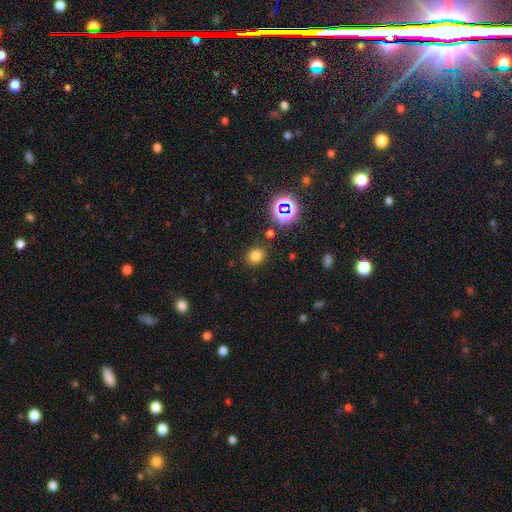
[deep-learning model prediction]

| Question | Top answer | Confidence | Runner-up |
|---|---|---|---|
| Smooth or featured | smooth | 74% | star or artifact (20%) |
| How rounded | round | 71% | in between (28%) |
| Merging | none | 83% | minor disturbance (10%) |